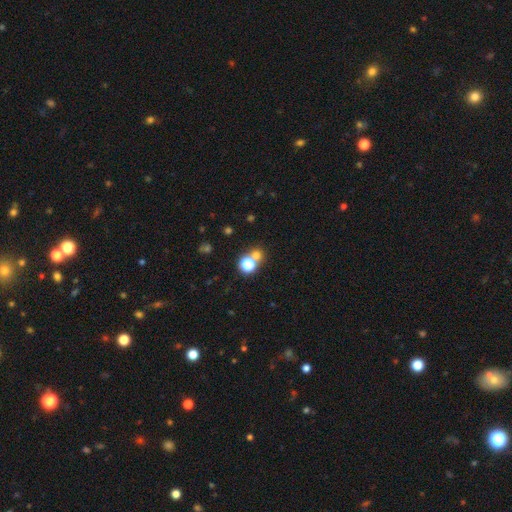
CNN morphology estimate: Smooth or featured? smooth (62%)
How rounded? round (84%)
Merging? none (56%)